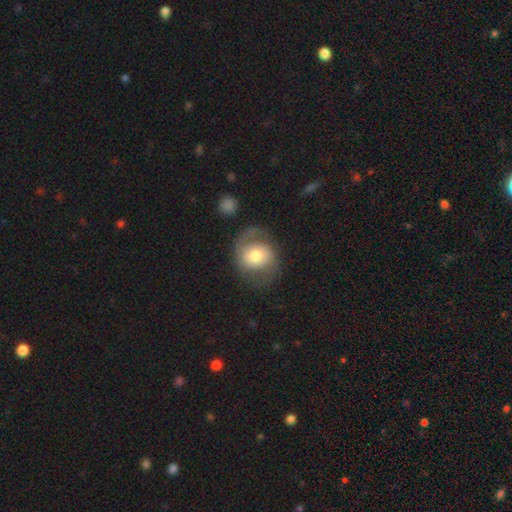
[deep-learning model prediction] smooth_or_featured: featured or disk (p=0.55) [alt: smooth p=0.38]
disk_edge_on: no (p=0.97) [alt: yes p=0.03]
bar: no (p=0.67) [alt: weak p=0.25]
has_spiral_arms: yes (p=0.78) [alt: no p=0.22]
bulge_size: moderate (p=0.62) [alt: large p=0.19]
merging: none (p=0.61) [alt: minor disturbance p=0.19]